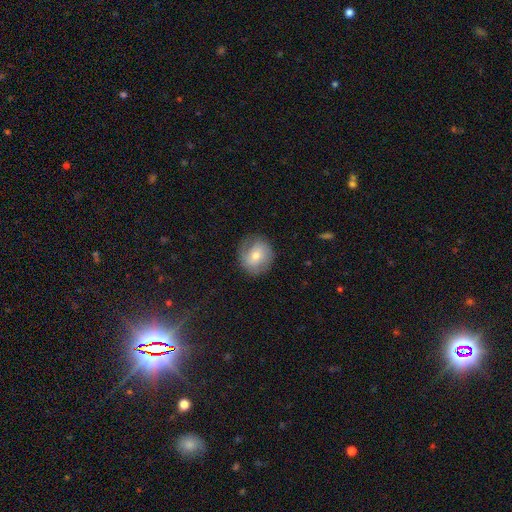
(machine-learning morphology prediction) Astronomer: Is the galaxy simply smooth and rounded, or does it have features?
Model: smooth — 55% (runner-up: featured or disk, 37%).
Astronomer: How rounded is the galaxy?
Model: round — 80%.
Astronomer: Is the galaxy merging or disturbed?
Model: none — 76%.